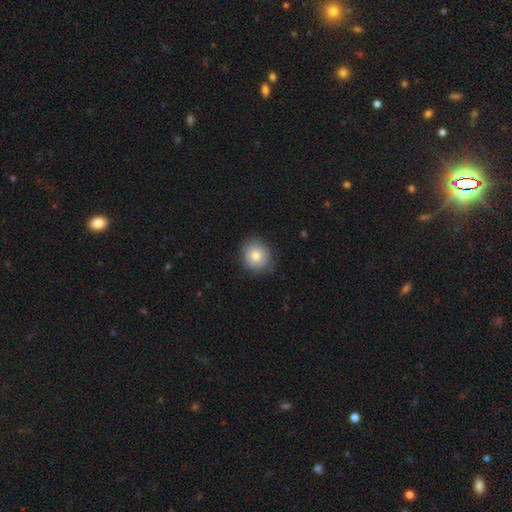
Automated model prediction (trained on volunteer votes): smooth_or_featured: smooth (p=0.77) [alt: featured or disk p=0.14]
how_rounded: round (p=0.82) [alt: in between p=0.17]
merging: none (p=0.81) [alt: minor disturbance p=0.15]